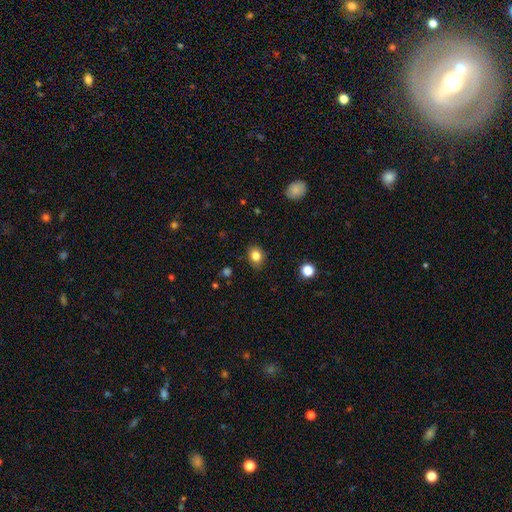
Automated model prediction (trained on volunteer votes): Overall: smooth (83%). How rounded: in between (53%; round 46%). Merging: none (85%).